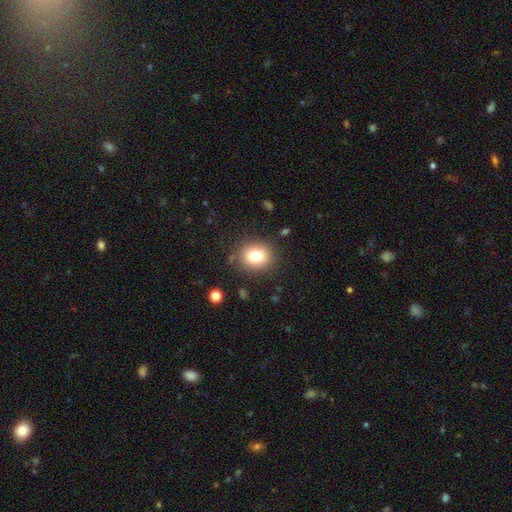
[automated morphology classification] A smooth galaxy with no disk features (79%) that is round (65%).

Vote fractions:
- Smooth or featured? smooth: 79% / star or artifact: 11% / featured or disk: 10%
- How rounded? round: 65% / in between: 34% / cigar-shaped: 1%
- Merging? none: 85% / minor disturbance: 10% / major disturbance: 4% / merger: 2%